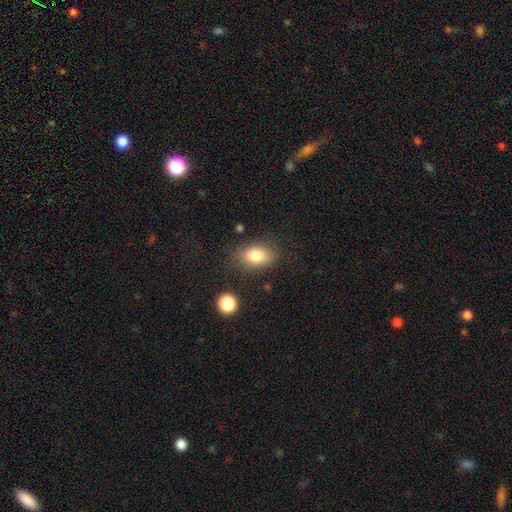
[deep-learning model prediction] Smooth or featured?
  - smooth: 81% *
  - featured or disk: 10%
  - star or artifact: 9%
How rounded?
  - in between: 83% *
  - round: 16%
  - cigar-shaped: 2%
Merging?
  - none: 79% *
  - minor disturbance: 14%
  - major disturbance: 5%
  - merger: 2%